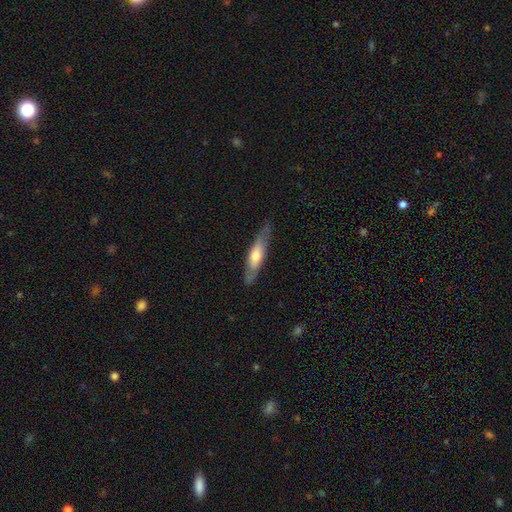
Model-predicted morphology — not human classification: This appears to be a smooth galaxy with no disk features (49%). Merging: none (79%).